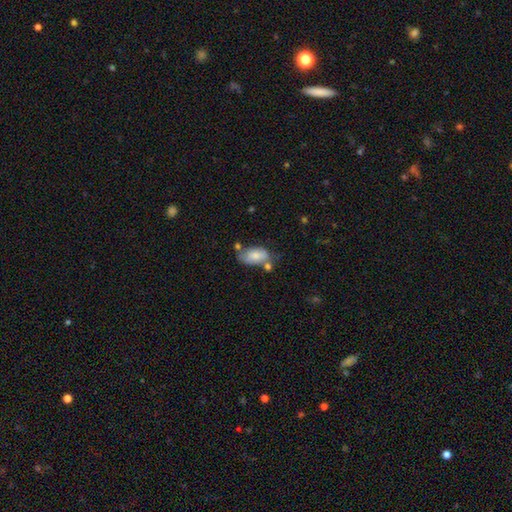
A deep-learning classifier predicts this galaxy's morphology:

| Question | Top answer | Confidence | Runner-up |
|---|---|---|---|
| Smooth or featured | smooth | 73% | featured or disk (20%) |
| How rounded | in between | 93% | round (5%) |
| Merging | none | 42% | minor disturbance (27%) |